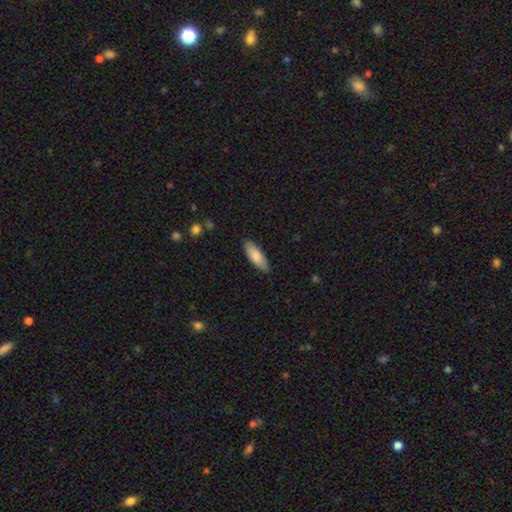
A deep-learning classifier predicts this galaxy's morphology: Smooth or featured?
  - smooth: 83% *
  - featured or disk: 12%
  - star or artifact: 6%
How rounded?
  - in between: 64% *
  - cigar-shaped: 34%
  - round: 2%
Merging?
  - none: 87% *
  - minor disturbance: 10%
  - major disturbance: 2%
  - merger: 1%